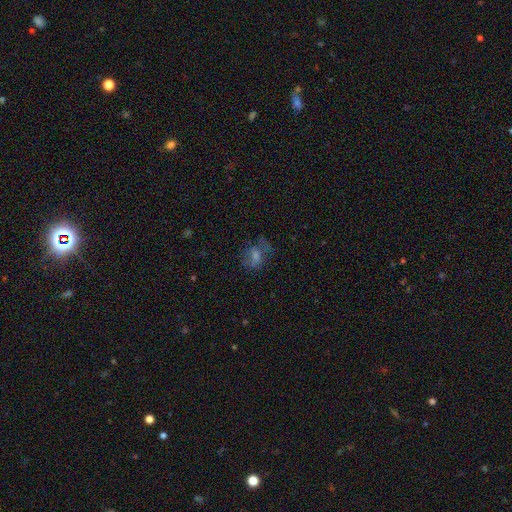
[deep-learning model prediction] Smooth or featured: smooth — 40% (featured or disk — 34%)
Merging: none — 61% (minor disturbance — 20%)